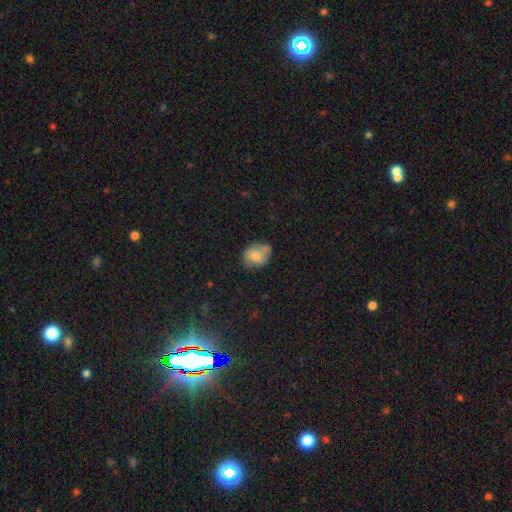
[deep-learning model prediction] A smooth galaxy with no disk features (71%) that is in between round and cigar-shaped (53%). Merging: none (56%).